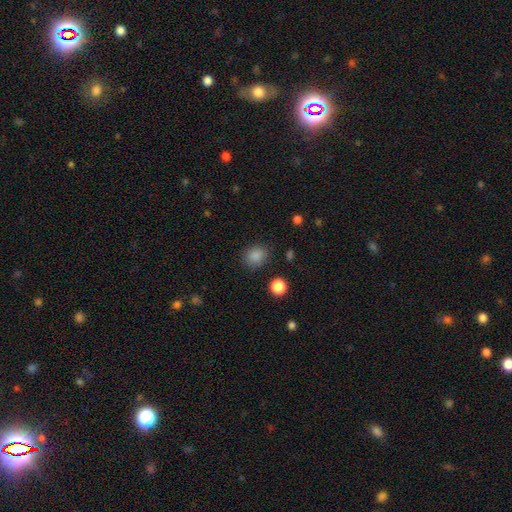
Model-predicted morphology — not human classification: smooth-or-featured: smooth: 85% | star or artifact: 12% | featured or disk: 3%
  how-rounded: round: 68% | in between: 31% | cigar-shaped: 1%
  merging: none: 83% | minor disturbance: 11% | major disturbance: 4% | merger: 2%